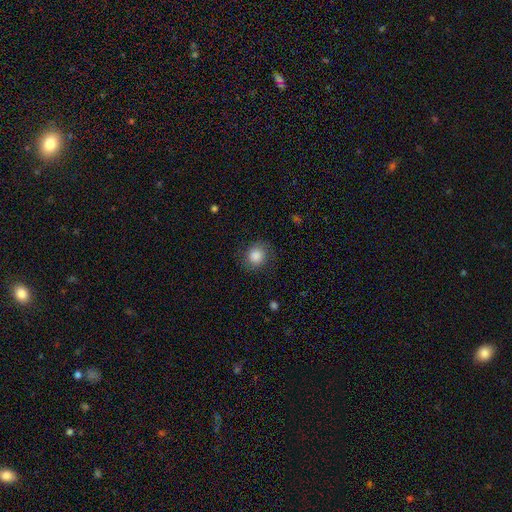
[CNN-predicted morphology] Smooth or featured? Predicted: smooth (p=0.84). How rounded? Predicted: round (p=0.81). Merging? Predicted: none (p=0.80).